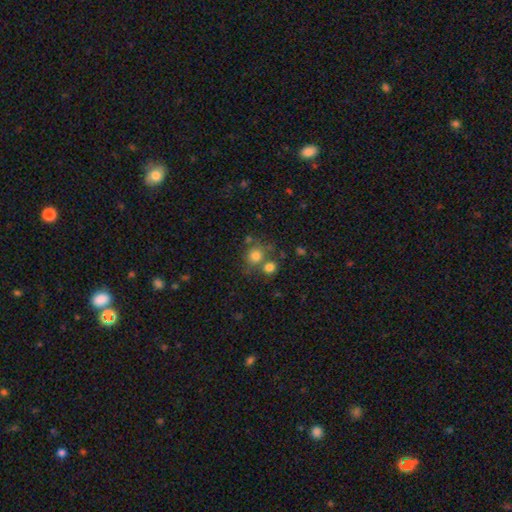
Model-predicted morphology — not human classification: Smooth or featured: smooth — 76% (star or artifact — 13%)
How rounded: round — 83% (in between — 16%)
Merging: none — 54% (merger — 30%)